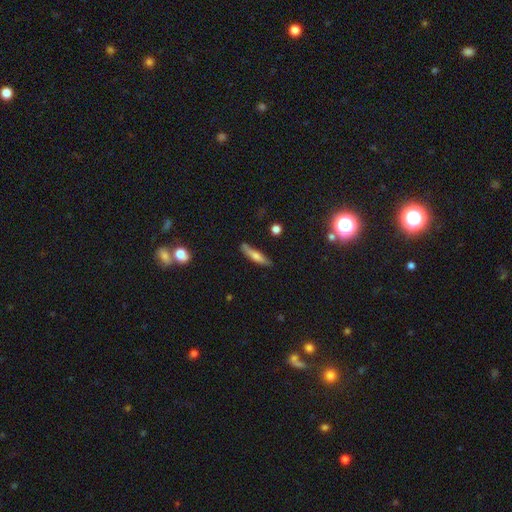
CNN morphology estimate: smooth 61%, featured or disk 32%, star or artifact 7%. Down the decision tree: how rounded — cigar-shaped (84%); merging — none (79%).